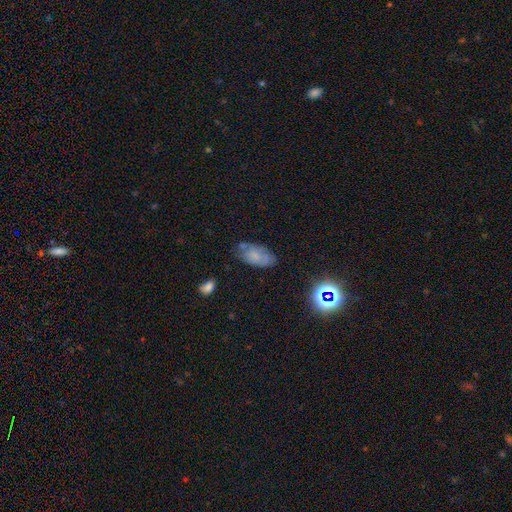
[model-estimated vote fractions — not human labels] Smooth or featured? smooth (59%)
How rounded? in between (92%)
Merging? none (61%)